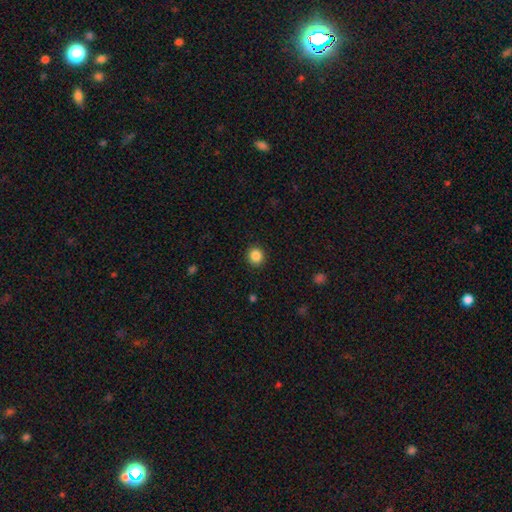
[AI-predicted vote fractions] A smooth galaxy with no disk features (86%) that is round (90%).

Vote fractions:
- Smooth or featured? smooth: 86% / star or artifact: 10% / featured or disk: 4%
- How rounded? round: 90% / in between: 9% / cigar-shaped: 1%
- Merging? none: 91% / minor disturbance: 6% / major disturbance: 2% / merger: 1%